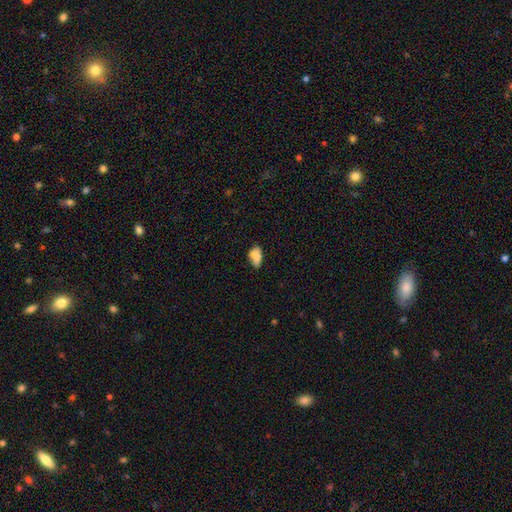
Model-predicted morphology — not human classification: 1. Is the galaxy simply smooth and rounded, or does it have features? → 71% smooth, 20% featured or disk, 9% star or artifact.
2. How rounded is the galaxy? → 87% in between, 6% round, 6% cigar-shaped.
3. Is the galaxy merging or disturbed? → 42% none, 27% merger, 23% minor disturbance, 9% major disturbance.